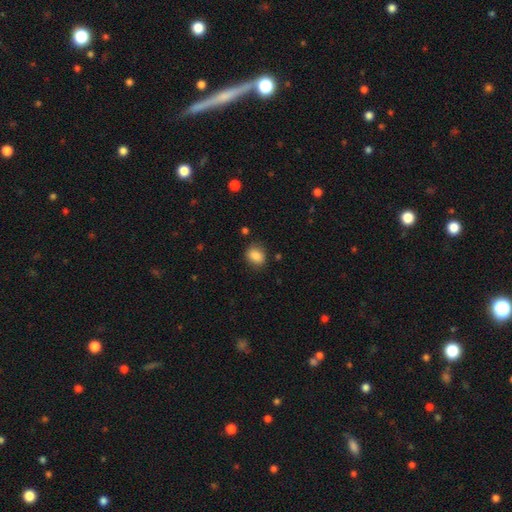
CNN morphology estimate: Smooth or featured: smooth — 86% (star or artifact — 9%)
How rounded: in between — 52% (round — 47%)
Merging: none — 80% (minor disturbance — 14%)